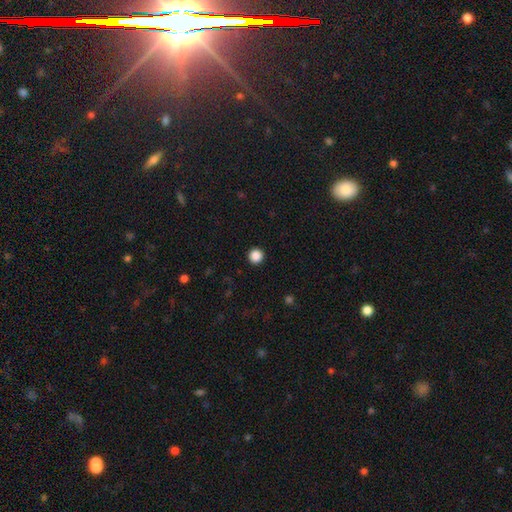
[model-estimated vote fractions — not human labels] Smooth or featured?
  - smooth: 87% *
  - star or artifact: 10%
  - featured or disk: 2%
How rounded?
  - round: 96% *
  - in between: 3%
  - cigar-shaped: 1%
Merging?
  - none: 93% *
  - minor disturbance: 4%
  - major disturbance: 2%
  - merger: 1%